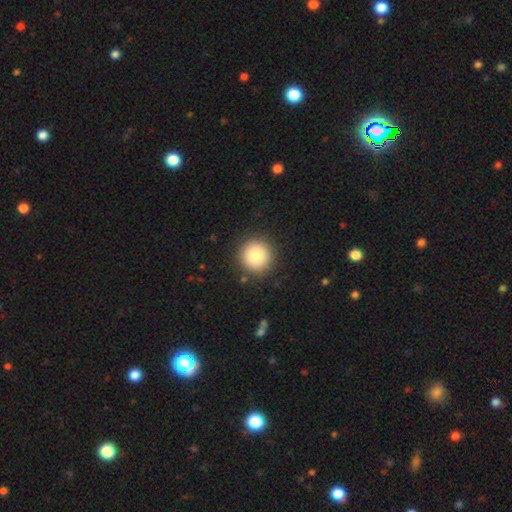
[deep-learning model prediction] This is clearly a smooth galaxy (82%). How rounded: clearly round (96%). Merging: clearly none (90%).